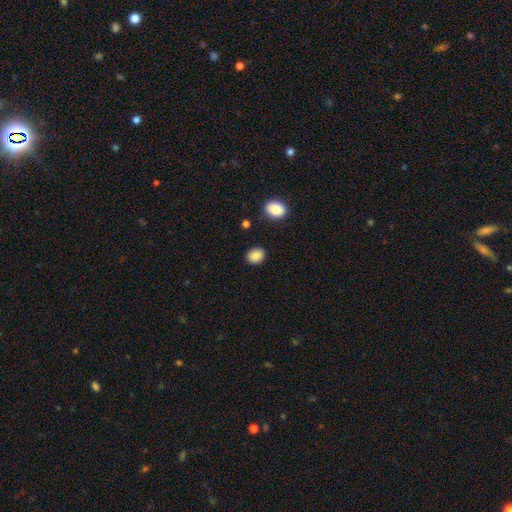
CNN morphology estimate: This is clearly a smooth galaxy (88%). How rounded: possibly round (58%). Merging: clearly none (87%).